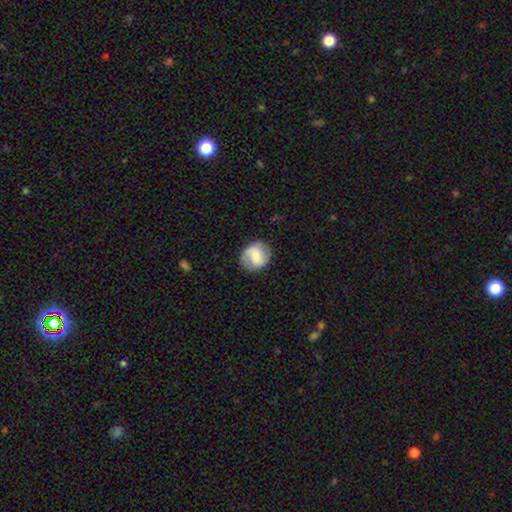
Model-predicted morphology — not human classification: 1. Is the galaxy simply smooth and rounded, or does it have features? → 51% smooth, 41% featured or disk, 8% star or artifact.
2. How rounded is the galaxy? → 81% round, 18% in between, 1% cigar-shaped.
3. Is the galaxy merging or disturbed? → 81% none, 13% minor disturbance, 5% major disturbance, 1% merger.